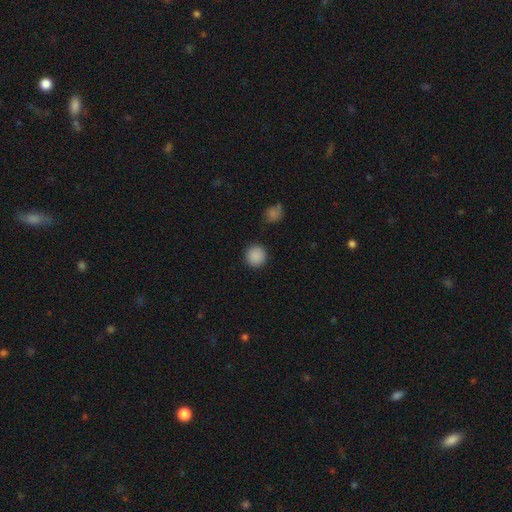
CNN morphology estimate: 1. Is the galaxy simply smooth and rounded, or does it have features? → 89% smooth, 9% star or artifact, 3% featured or disk.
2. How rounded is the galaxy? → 94% round, 5% in between, 1% cigar-shaped.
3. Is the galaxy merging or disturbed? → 91% none, 5% minor disturbance, 2% major disturbance, 2% merger.